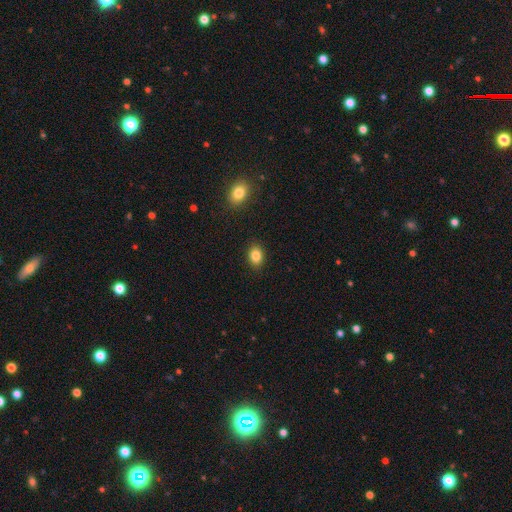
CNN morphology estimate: type=smooth (84%); roundness=in between (65%); merging=none (88%).